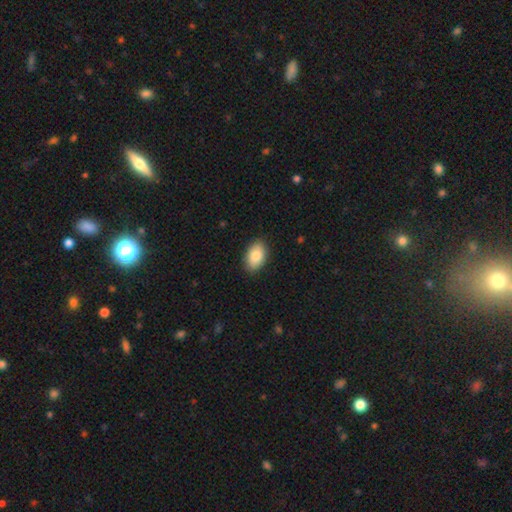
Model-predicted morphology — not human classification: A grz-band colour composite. It shows a smooth galaxy with no disk features (85%) that is in between round and cigar-shaped (91%). Merging: none (88%).